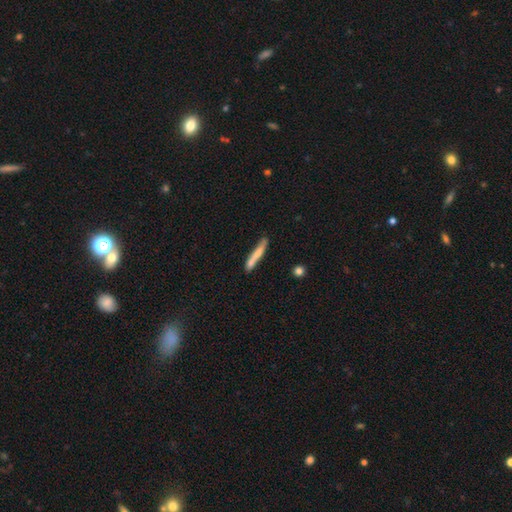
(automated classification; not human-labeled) Smooth or featured? Predicted: smooth (p=0.71). How rounded? Predicted: cigar-shaped (p=0.94). Merging? Predicted: none (p=0.71).